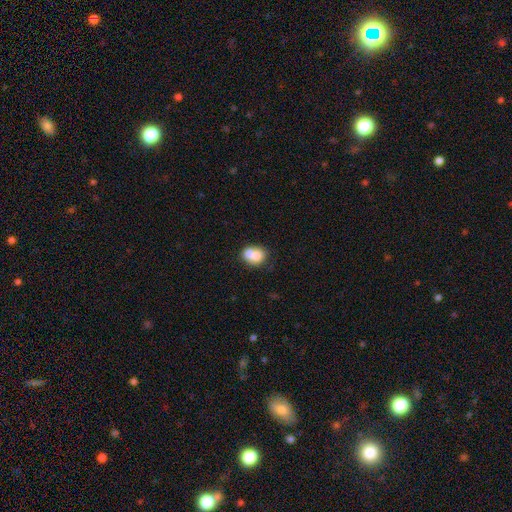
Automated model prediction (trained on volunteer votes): Smooth or featured: smooth — 73% (featured or disk — 18%)
How rounded: in between — 58% (round — 41%)
Merging: merger — 51% (none — 31%)